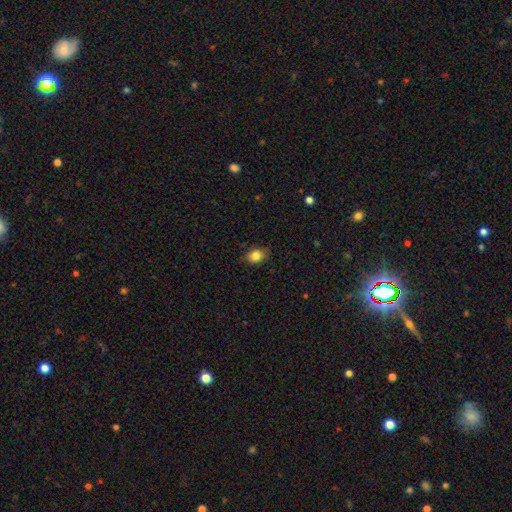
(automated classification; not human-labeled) Smooth or featured: smooth — 83% (star or artifact — 10%)
How rounded: in between — 54% (round — 45%)
Merging: none — 82% (minor disturbance — 14%)